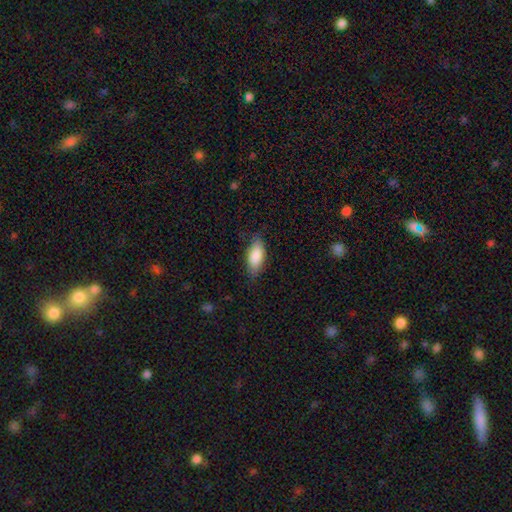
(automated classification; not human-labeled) Q: Smooth or featured?
A: smooth (86%); runner-up: featured or disk (8%)
Q: How rounded?
A: in between (84%); runner-up: cigar-shaped (14%)
Q: Merging?
A: none (78%); runner-up: minor disturbance (17%)